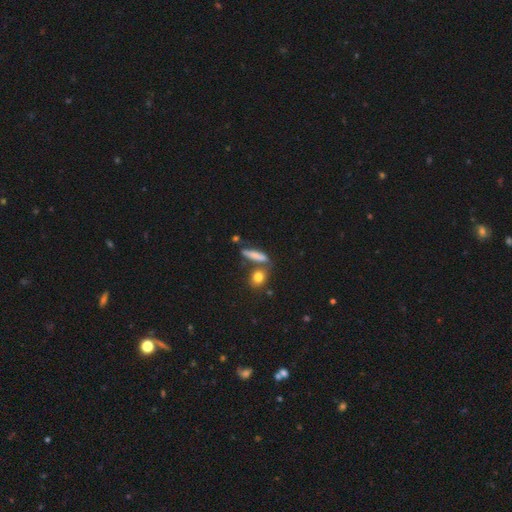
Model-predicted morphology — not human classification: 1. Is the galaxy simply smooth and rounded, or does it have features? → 71% smooth, 20% featured or disk, 9% star or artifact.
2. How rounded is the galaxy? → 69% cigar-shaped, 24% in between, 6% round.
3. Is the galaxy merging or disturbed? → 62% none, 16% minor disturbance, 16% merger, 6% major disturbance.